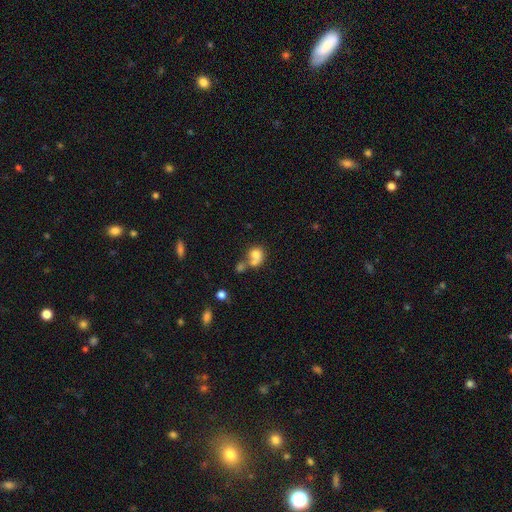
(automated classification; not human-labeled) Smooth or featured? smooth (72%)
How rounded? round (61%)
Merging? merger (59%)